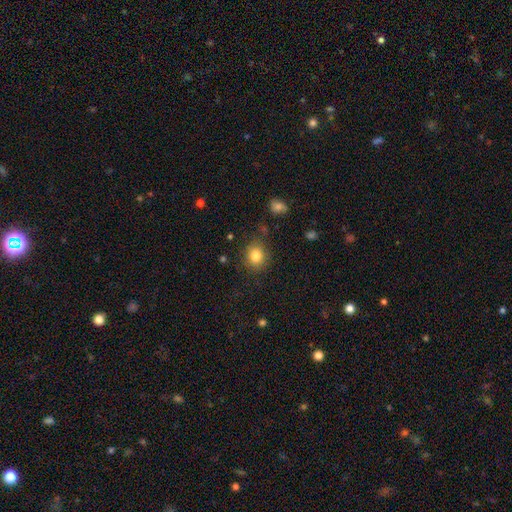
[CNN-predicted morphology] smooth-or-featured: smooth: 83% | star or artifact: 11% | featured or disk: 6%
  how-rounded: round: 77% | in between: 22% | cigar-shaped: 1%
  merging: none: 82% | minor disturbance: 11% | major disturbance: 4% | merger: 3%